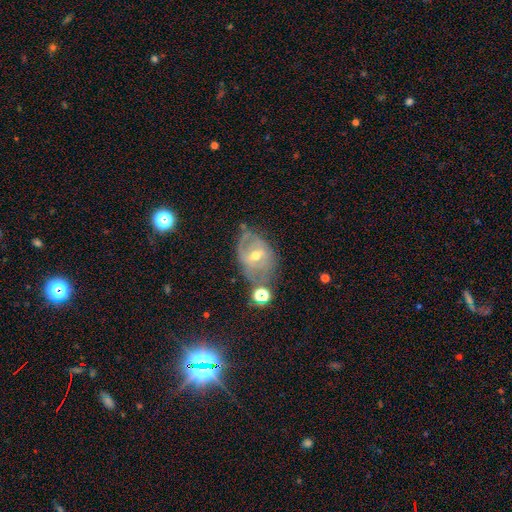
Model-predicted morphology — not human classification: smooth_or_featured: featured or disk (p=0.70) [alt: smooth p=0.19]
disk_edge_on: no (p=0.94) [alt: yes p=0.06]
bar: weak (p=0.48) [alt: no p=0.31]
has_spiral_arms: yes (p=0.69) [alt: no p=0.31]
bulge_size: moderate (p=0.61) [alt: small p=0.35]
merging: none (p=0.47) [alt: minor disturbance p=0.27]